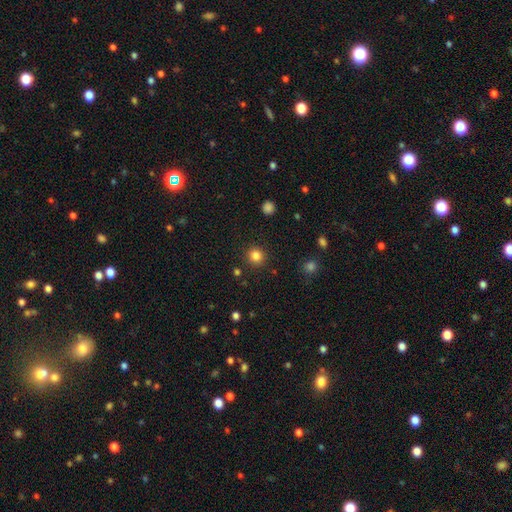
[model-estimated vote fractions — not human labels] Smooth or featured? smooth (83%)
How rounded? round (93%)
Merging? none (91%)